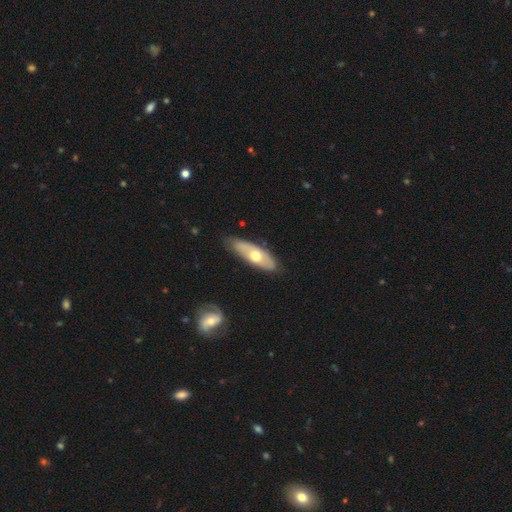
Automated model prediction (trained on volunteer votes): Smooth or featured?
  - smooth: 48% *
  - featured or disk: 47%
  - star or artifact: 5%
Merging?
  - none: 78% *
  - minor disturbance: 17%
  - major disturbance: 3%
  - merger: 2%